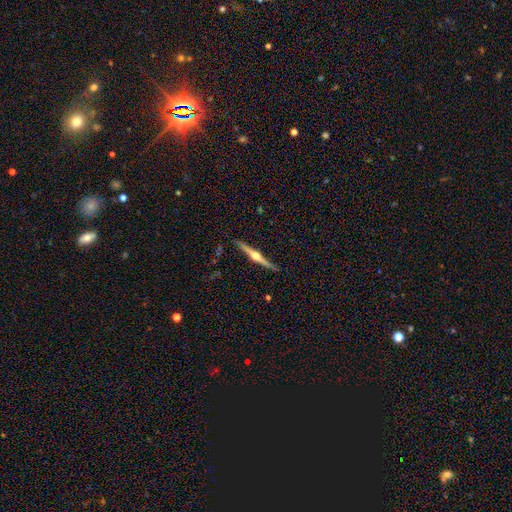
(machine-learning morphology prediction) smooth_or_featured: featured or disk (p=0.81) [alt: smooth p=0.14]
disk_edge_on: yes (p=0.98) [alt: no p=0.02]
edge_on_bulge: rounded (p=0.95) [alt: none p=0.03]
merging: none (p=0.90) [alt: minor disturbance p=0.08]